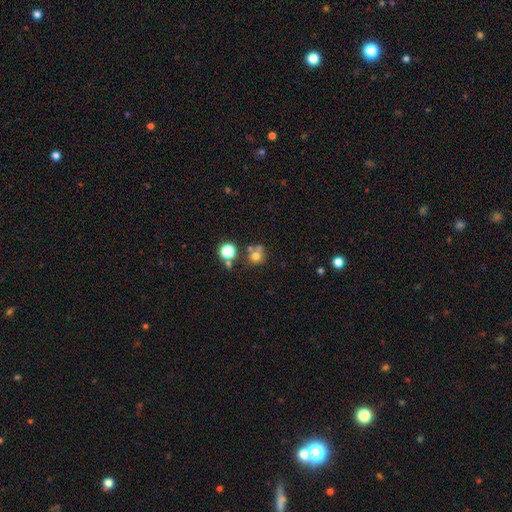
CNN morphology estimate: Smooth or featured? Predicted: smooth (p=0.68). How rounded? Predicted: round (p=0.84). Merging? Predicted: none (p=0.52).